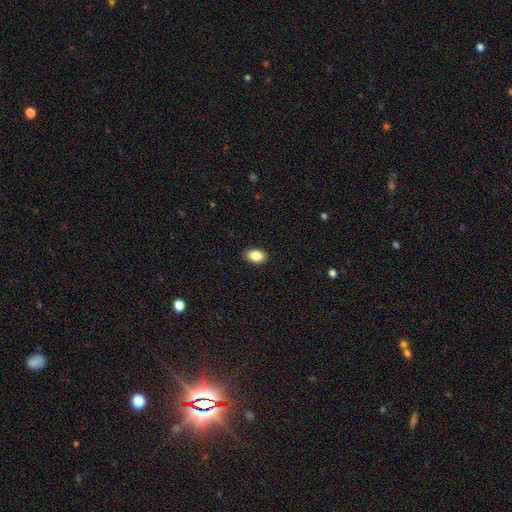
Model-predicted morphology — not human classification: Smooth or featured: smooth — 87% (star or artifact — 8%)
How rounded: in between — 87% (round — 12%)
Merging: none — 90% (minor disturbance — 7%)